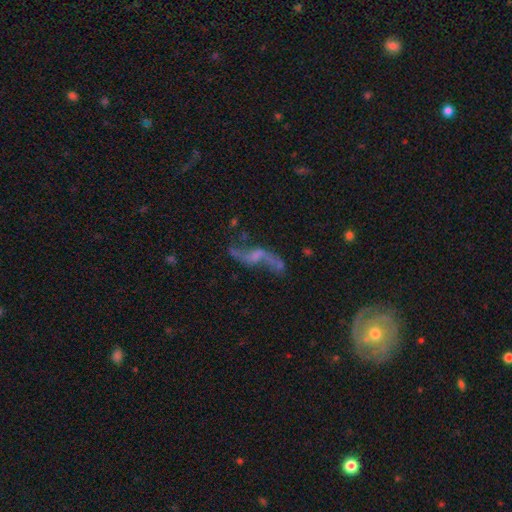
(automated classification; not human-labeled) Overall: featured or disk (78%). Edge-on disk: no (92%). Bar: no (47%; weak 37%). Spiral arms: yes (84%). Spiral arm count: 2 (89%). Spiral winding: loose (92%). Bulge size: none (57%; small 27%). Merging: none (54%; major disturbance 19%).